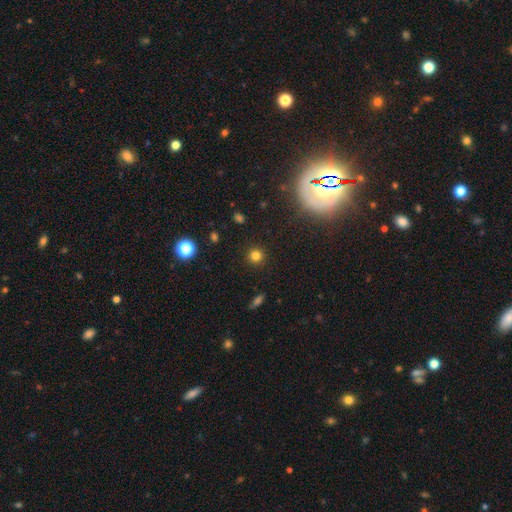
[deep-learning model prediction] smooth-or-featured: smooth: 79% | star or artifact: 16% | featured or disk: 6%
  how-rounded: round: 93% | in between: 6% | cigar-shaped: 1%
  merging: none: 91% | minor disturbance: 6% | major disturbance: 2% | merger: 1%